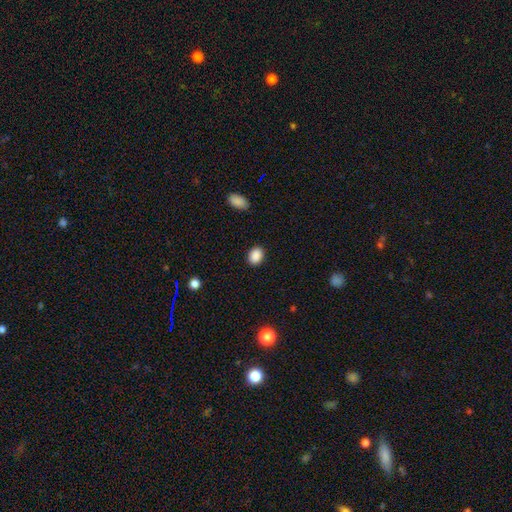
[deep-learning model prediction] Smooth or featured: smooth — 89% (star or artifact — 8%)
How rounded: in between — 64% (round — 35%)
Merging: none — 89% (minor disturbance — 8%)